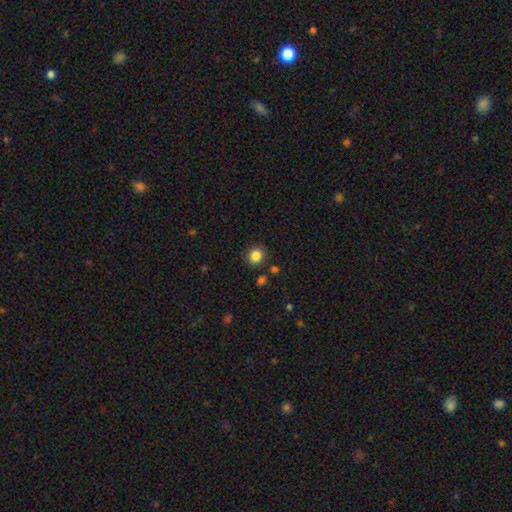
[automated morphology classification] Q: Smooth or featured?
A: smooth (85%); runner-up: star or artifact (11%)
Q: How rounded?
A: round (86%); runner-up: in between (13%)
Q: Merging?
A: none (87%); runner-up: minor disturbance (7%)